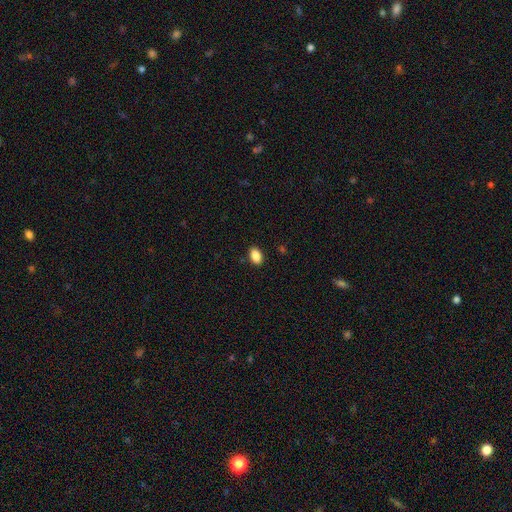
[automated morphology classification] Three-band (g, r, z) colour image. It shows a smooth galaxy with no disk features (89%) that is in between round and cigar-shaped (89%). Merging: none (89%).